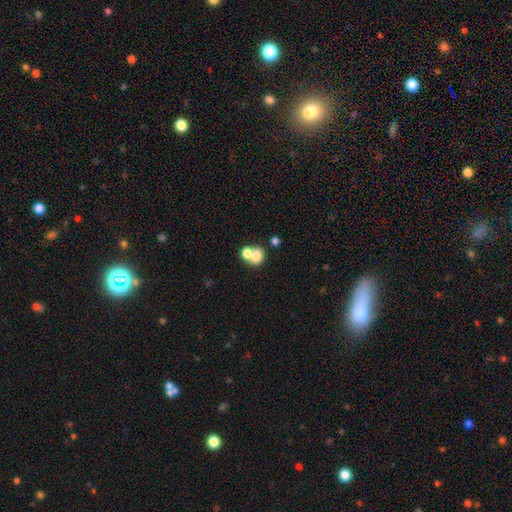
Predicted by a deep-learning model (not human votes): smooth-or-featured: smooth: 73% | featured or disk: 17% | star or artifact: 11%
  how-rounded: round: 63% | in between: 36% | cigar-shaped: 1%
  merging: merger: 59% | none: 31% | minor disturbance: 6% | major disturbance: 4%